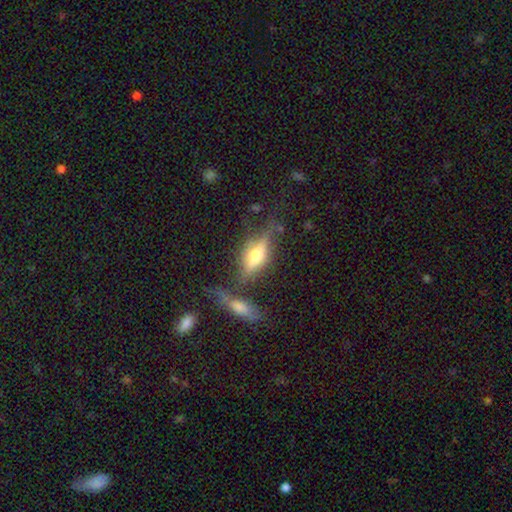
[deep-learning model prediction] featured or disk 63%, smooth 26%, star or artifact 10%. Down the decision tree: edge-on disk — yes (88%); edge-on bulge — rounded (90%); merging — none (64%).